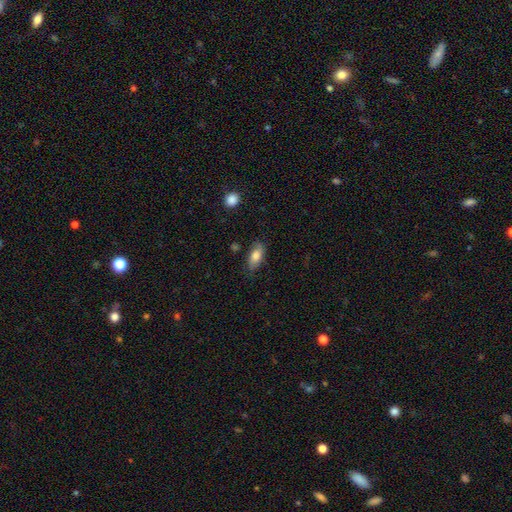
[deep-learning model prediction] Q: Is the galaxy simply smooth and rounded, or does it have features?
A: smooth — 79%.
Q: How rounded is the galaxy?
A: in between — 86%.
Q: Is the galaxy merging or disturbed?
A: none — 76%.